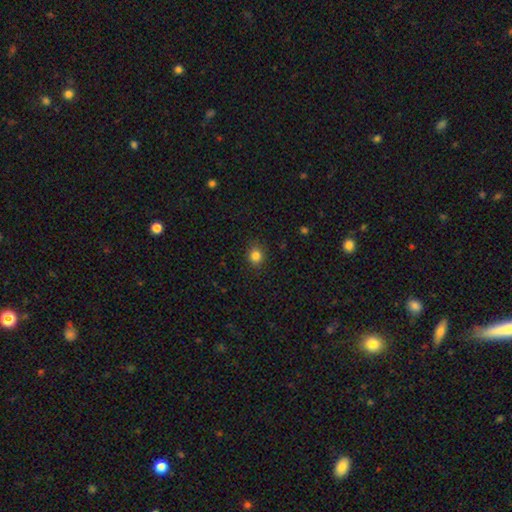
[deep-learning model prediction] smooth_or_featured: smooth (p=0.84) [alt: star or artifact p=0.12]
how_rounded: round (p=0.75) [alt: in between p=0.24]
merging: none (p=0.88) [alt: minor disturbance p=0.09]